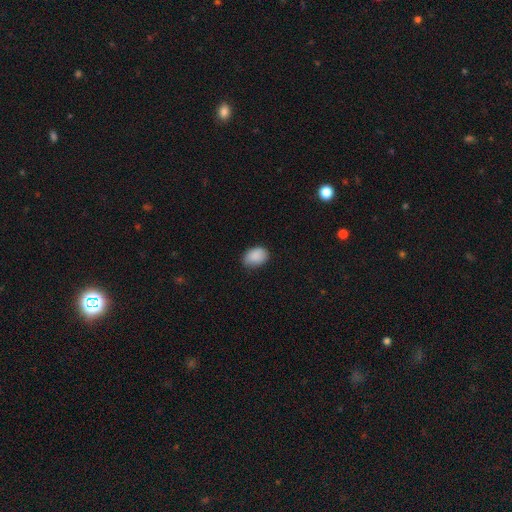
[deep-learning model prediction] The model was most divided on "how rounded": in between: 76%, round: 23%, cigar-shaped: 1%. More confident: smooth or featured — smooth (89%); merging — none (76%).